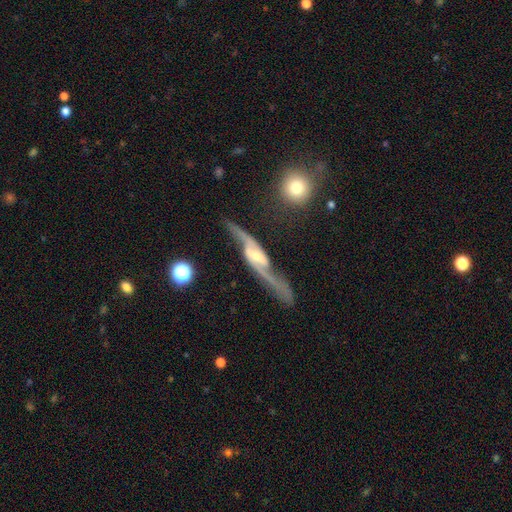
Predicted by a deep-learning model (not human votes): This appears to be a featured or disk galaxy (91%) with a weak bar (42%), 2 (93%) loose (69%) spiral arms (96%) and a small central bulge (49%). Merging: none (64%).